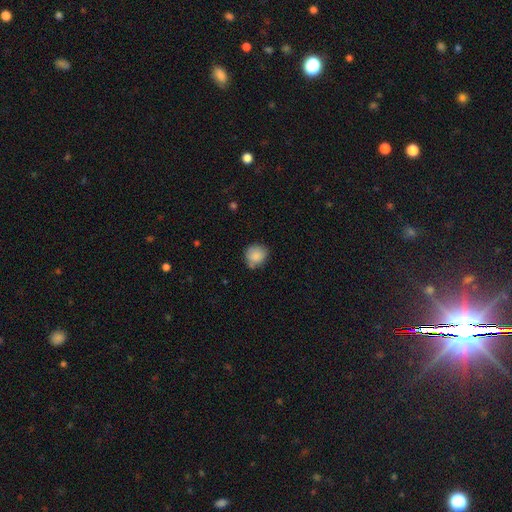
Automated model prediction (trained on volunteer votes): Smooth or featured? smooth (86%)
How rounded? round (80%)
Merging? none (65%)